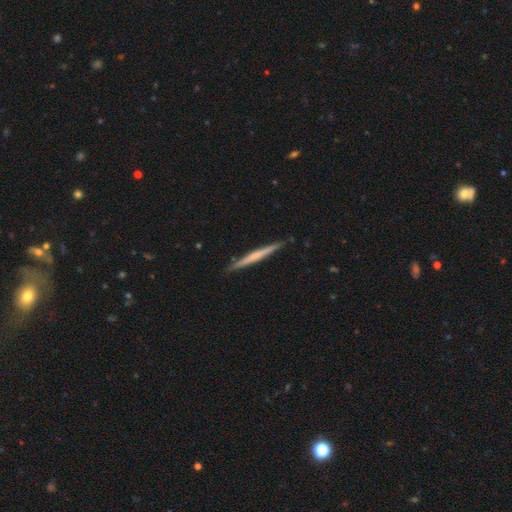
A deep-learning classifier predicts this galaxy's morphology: The model was most divided on "smooth or featured": featured or disk: 52%, smooth: 43%, star or artifact: 5%. More confident: edge-on disk — yes (98%); merging — none (90%); edge-on bulge — none (78%).